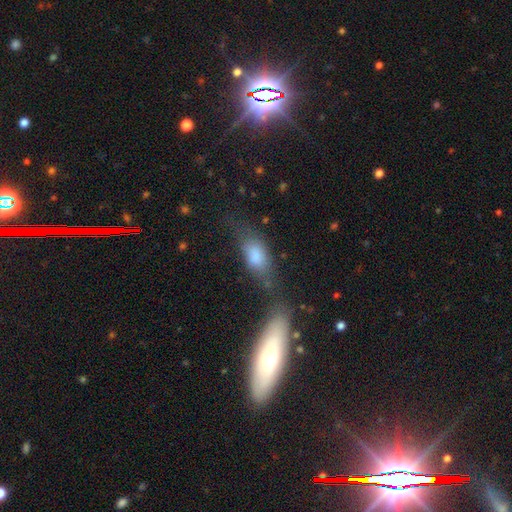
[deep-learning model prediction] smooth_or_featured: smooth (p=0.76) [alt: featured or disk p=0.15]
how_rounded: in between (p=0.80) [alt: cigar-shaped p=0.13]
merging: none (p=0.41) [alt: minor disturbance p=0.22]